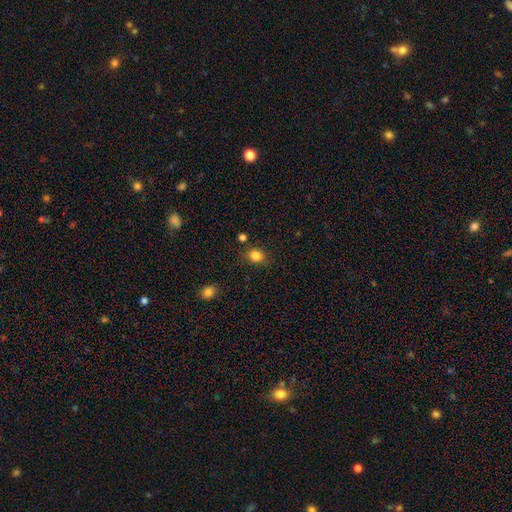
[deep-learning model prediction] The model was most divided on "how rounded": round: 60%, in between: 39%, cigar-shaped: 1%. More confident: smooth or featured — smooth (83%); merging — none (78%).